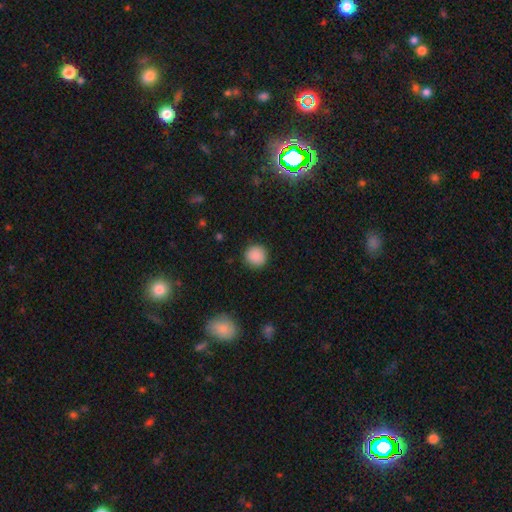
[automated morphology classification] Smooth or featured? Predicted: smooth (p=0.87). How rounded? Predicted: round (p=0.93). Merging? Predicted: none (p=0.90).